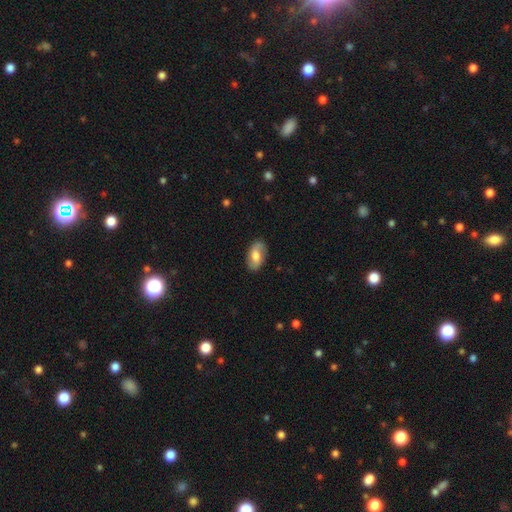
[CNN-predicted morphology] Overall: featured or disk (48%; smooth 45%). Merging: none (82%).